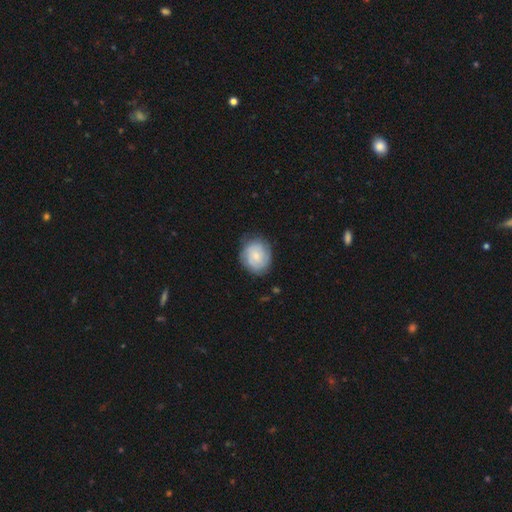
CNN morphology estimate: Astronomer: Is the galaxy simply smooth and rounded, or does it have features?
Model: smooth — 49% (runner-up: featured or disk, 44%).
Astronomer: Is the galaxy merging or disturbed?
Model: none — 76%.